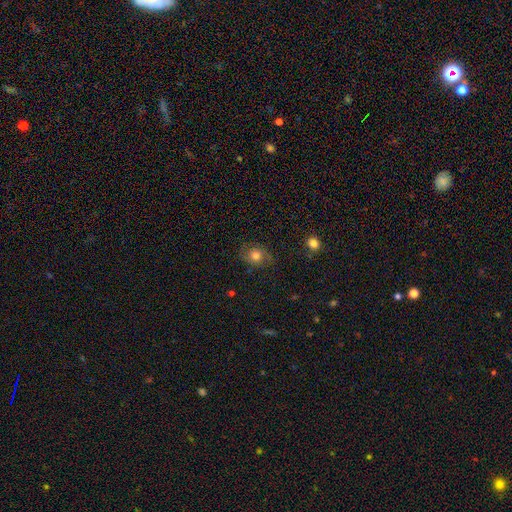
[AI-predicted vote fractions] Morphology: type=smooth (68%); roundness=round (69%); merging=none (75%).